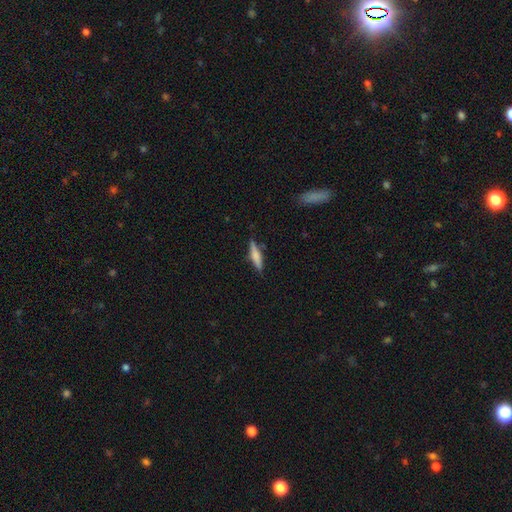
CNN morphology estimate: Smooth or featured?
  - smooth: 60% *
  - featured or disk: 34%
  - star or artifact: 6%
How rounded?
  - cigar-shaped: 82% *
  - in between: 17%
  - round: 2%
Merging?
  - none: 83% *
  - minor disturbance: 13%
  - major disturbance: 2%
  - merger: 2%